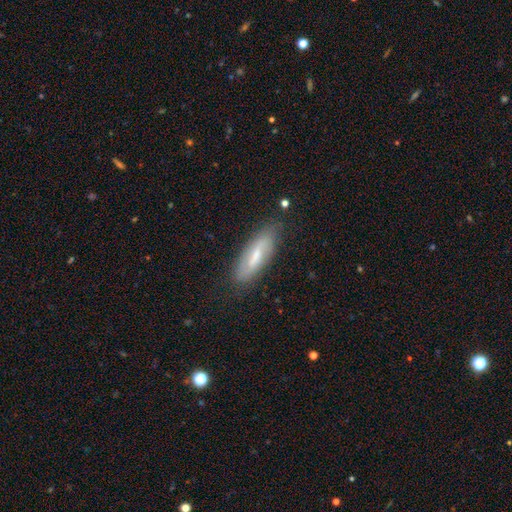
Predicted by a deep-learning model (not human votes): Overall: smooth (46%, tied with featured or disk). Merging: none (79%).